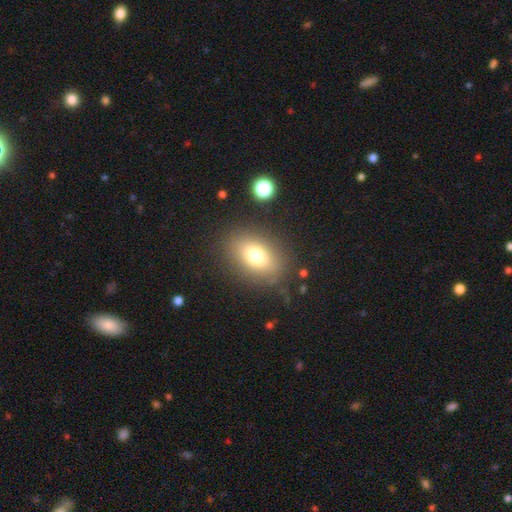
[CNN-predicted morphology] type=smooth (74%); roundness=in between (76%); merging=none (82%).